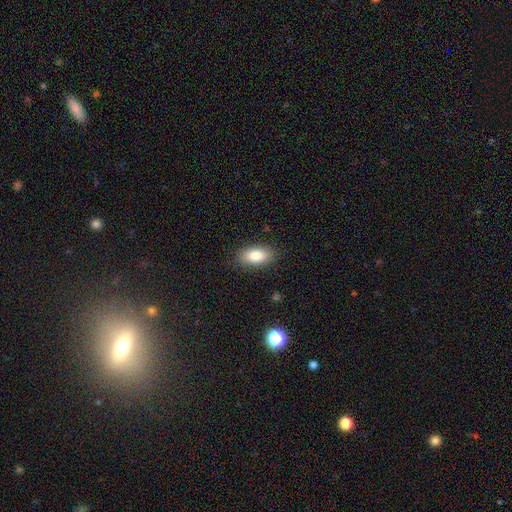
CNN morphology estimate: smooth 83%, featured or disk 10%, star or artifact 7%. Down the decision tree: how rounded — in between (91%); merging — none (86%).